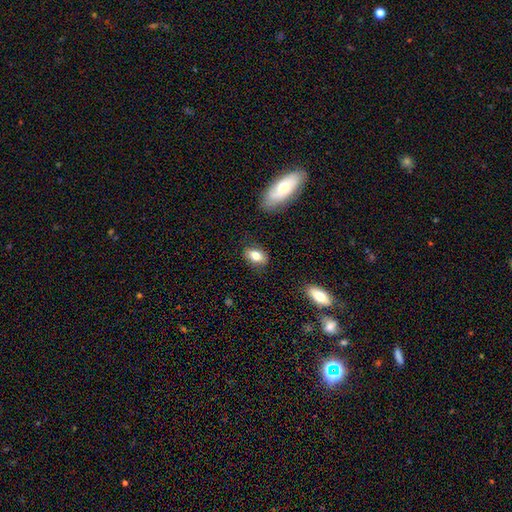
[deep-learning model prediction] This is likely a smooth galaxy (77%). How rounded: clearly in between (85%). Merging: clearly none (81%).